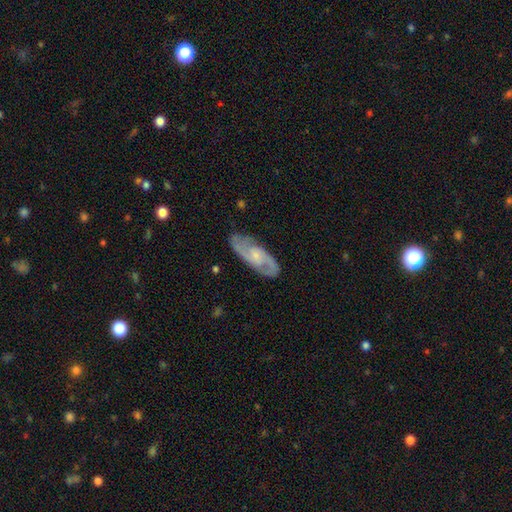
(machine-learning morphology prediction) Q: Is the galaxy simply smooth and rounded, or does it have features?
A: featured or disk — 82%.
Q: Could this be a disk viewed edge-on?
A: no — 93%.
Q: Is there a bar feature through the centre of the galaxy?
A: no — 54%.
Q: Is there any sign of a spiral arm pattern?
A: yes — 96%.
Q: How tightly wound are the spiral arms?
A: medium — 53%.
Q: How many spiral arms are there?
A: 2 — 88%.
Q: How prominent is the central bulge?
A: small — 61%.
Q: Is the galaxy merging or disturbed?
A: none — 83%.